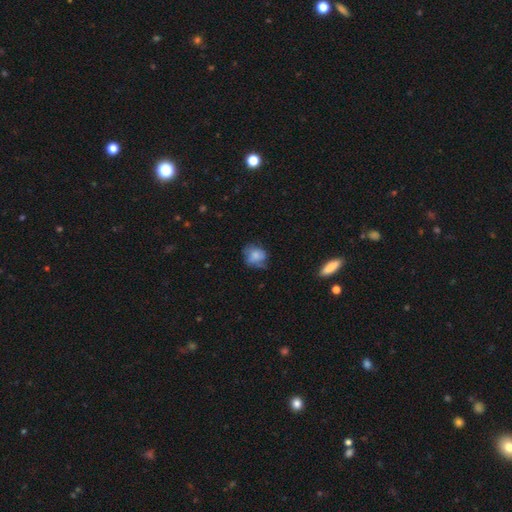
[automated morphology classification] A smooth galaxy with no disk features (69%) that is round (61%). Merging: none (51%).